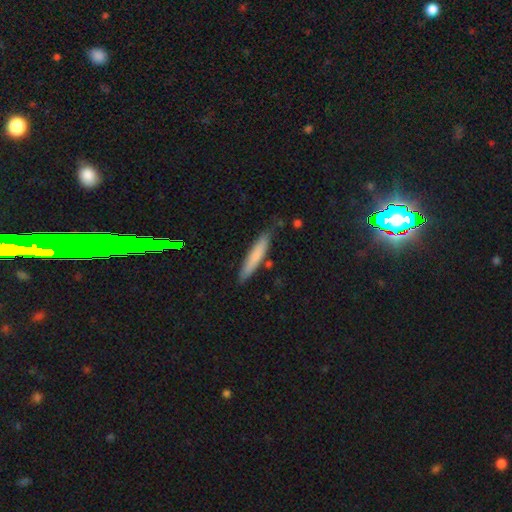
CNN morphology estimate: A smooth galaxy with no disk features (75%) that is cigar-shaped (92%). Merging: none (82%).